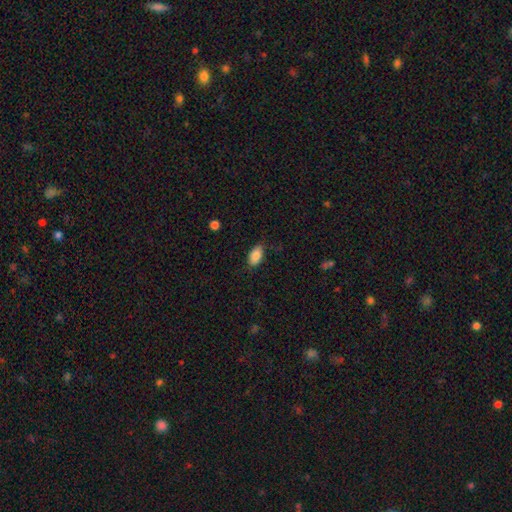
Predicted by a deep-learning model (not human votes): Smooth or featured: smooth — 84% (featured or disk — 8%)
How rounded: in between — 93% (round — 5%)
Merging: none — 82% (minor disturbance — 14%)